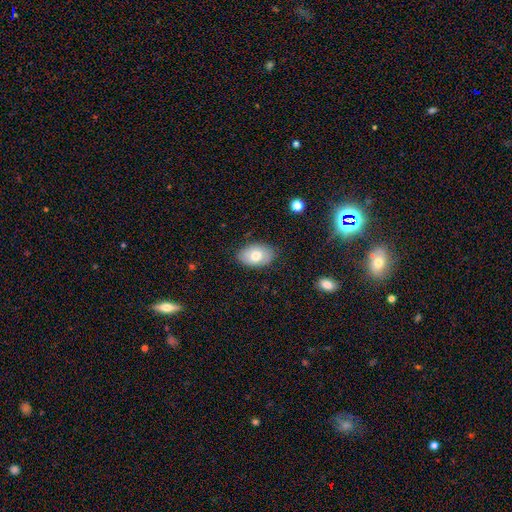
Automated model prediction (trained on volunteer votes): The model was most divided on "smooth or featured": smooth: 74%, featured or disk: 19%, star or artifact: 7%. More confident: how rounded — in between (90%); merging — none (83%).